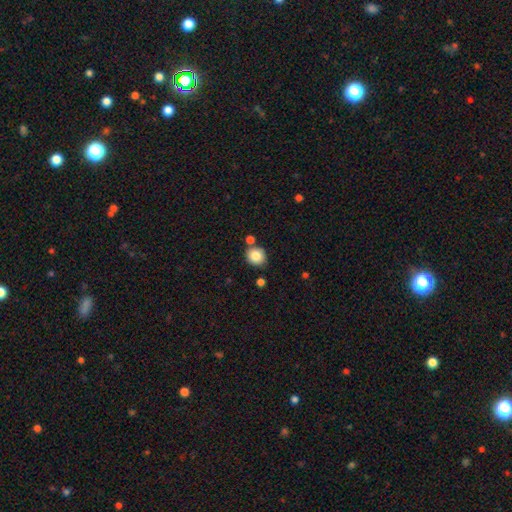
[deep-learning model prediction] smooth-or-featured: smooth: 83% | star or artifact: 10% | featured or disk: 7%
  how-rounded: round: 81% | in between: 18% | cigar-shaped: 1%
  merging: none: 74% | minor disturbance: 11% | merger: 11% | major disturbance: 3%